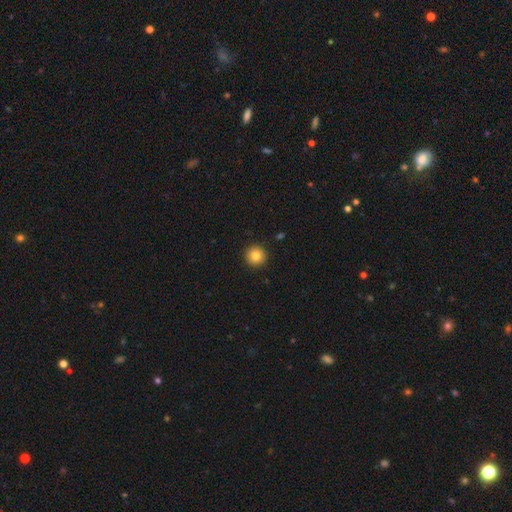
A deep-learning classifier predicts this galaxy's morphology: Smooth or featured? smooth (83%)
How rounded? round (96%)
Merging? none (93%)